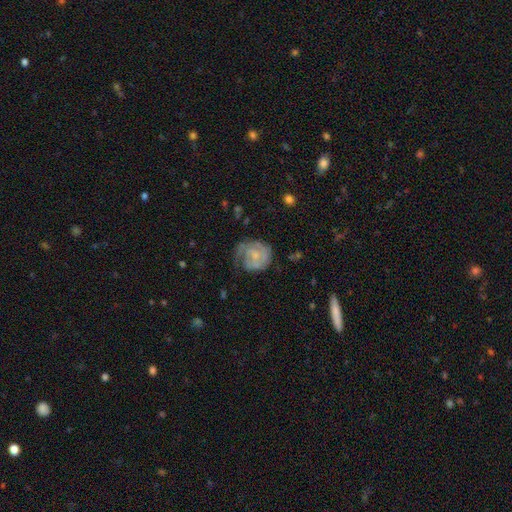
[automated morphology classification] Overall: featured or disk (69%). Edge-on disk: no (98%). Bar: no (61%; weak 34%). Spiral arms: yes (87%). Spiral arm count: 2 (34%; can't tell 30%). Spiral winding: tight (53%; medium 33%). Bulge size: small (51%; moderate 28%). Merging: none (52%; minor disturbance 26%).